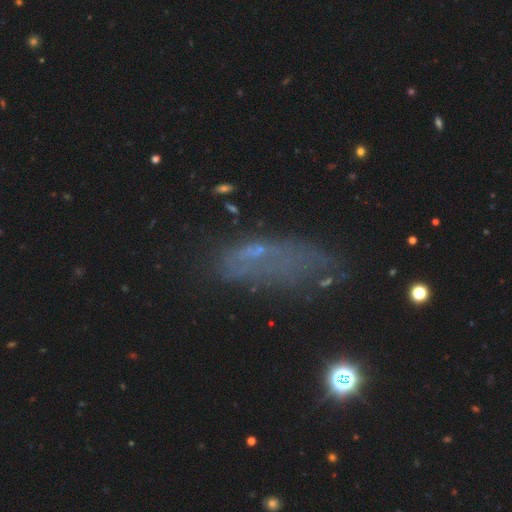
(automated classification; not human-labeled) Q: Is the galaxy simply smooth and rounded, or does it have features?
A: smooth — 42%.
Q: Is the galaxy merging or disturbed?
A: none — 45%.